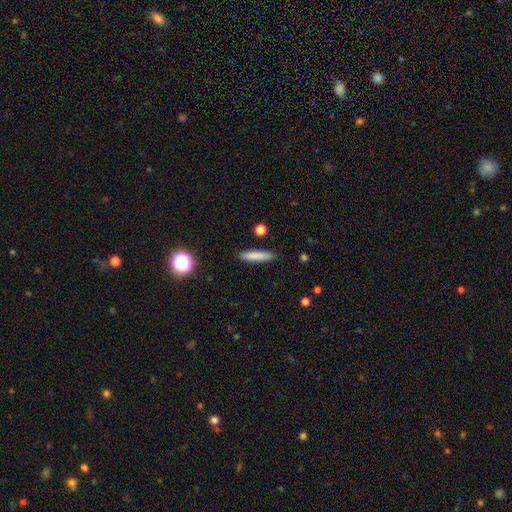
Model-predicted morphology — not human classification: smooth-or-featured: smooth: 82% | featured or disk: 11% | star or artifact: 8%
  how-rounded: cigar-shaped: 86% | in between: 13% | round: 2%
  merging: none: 89% | minor disturbance: 7% | major disturbance: 2% | merger: 2%